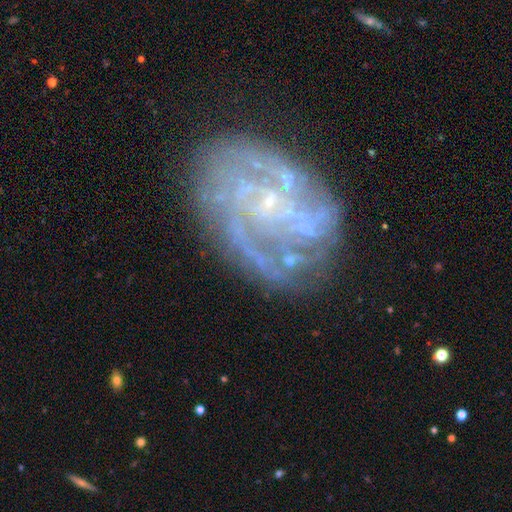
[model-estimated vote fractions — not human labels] Smooth or featured? Predicted: featured or disk (p=0.83). Edge-on disk? Predicted: no (p=0.98). Bar? Predicted: no (p=0.66). Spiral arms? Predicted: yes (p=0.83). Spiral winding? Predicted: tight (p=0.49). Spiral arm count? Predicted: can't tell (p=0.39). Bulge size? Predicted: small (p=0.72). Merging? Predicted: none (p=0.64).